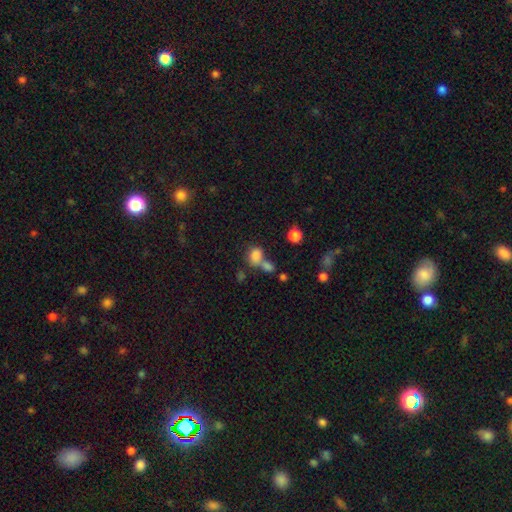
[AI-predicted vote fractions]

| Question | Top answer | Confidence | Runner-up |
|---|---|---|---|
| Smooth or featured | smooth | 80% | star or artifact (12%) |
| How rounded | in between | 56% | round (42%) |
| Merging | merger | 42% | none (40%) |